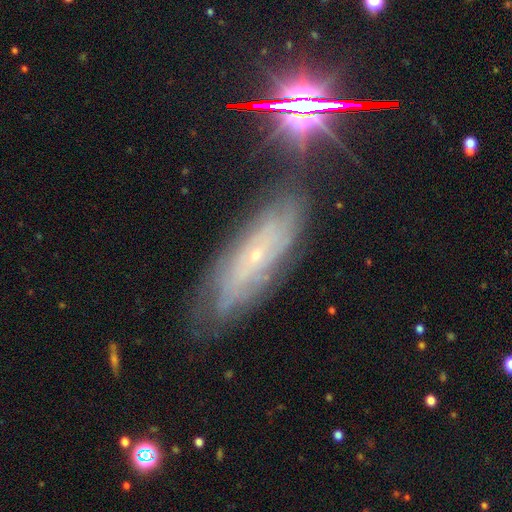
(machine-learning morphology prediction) A featured or disk galaxy (66%). Merging: none (76%).